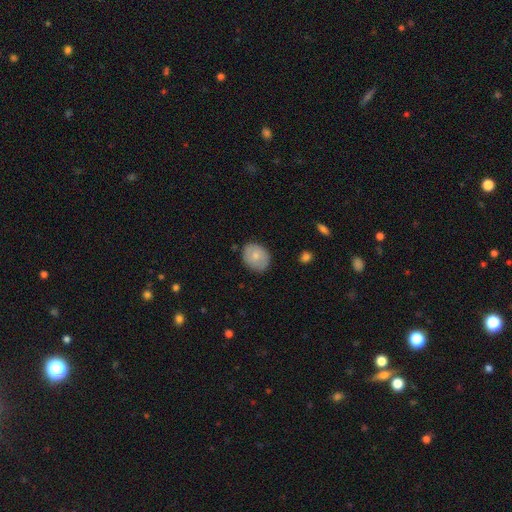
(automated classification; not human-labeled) Q: Smooth or featured?
A: smooth (71%); runner-up: featured or disk (22%)
Q: How rounded?
A: round (55%); runner-up: in between (44%)
Q: Merging?
A: none (82%); runner-up: minor disturbance (14%)